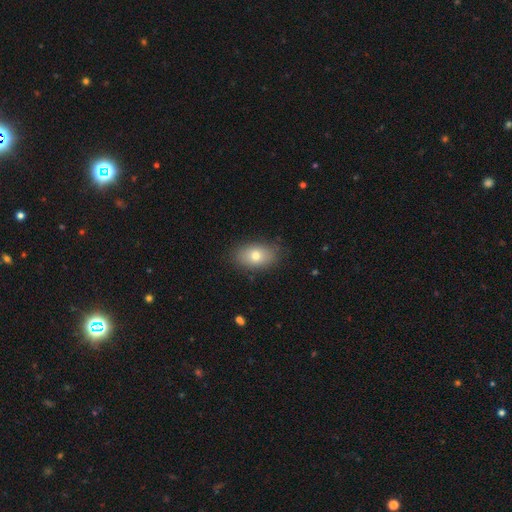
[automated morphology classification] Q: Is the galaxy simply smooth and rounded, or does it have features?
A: smooth — 77%.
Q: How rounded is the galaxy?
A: in between — 87%.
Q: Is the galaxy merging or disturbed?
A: none — 83%.